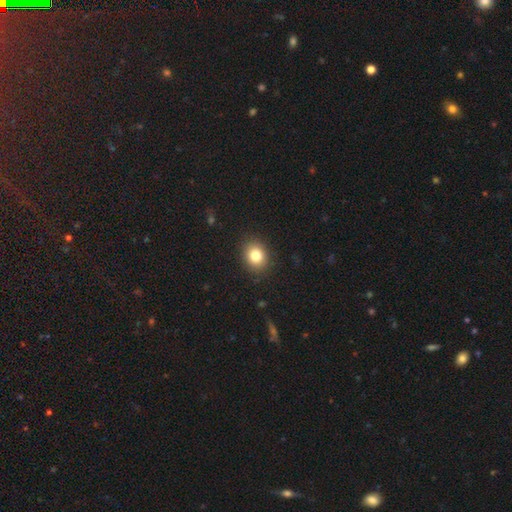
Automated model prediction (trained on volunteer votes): smooth_or_featured: smooth (p=0.82) [alt: star or artifact p=0.11]
how_rounded: round (p=0.62) [alt: in between p=0.37]
merging: none (p=0.89) [alt: minor disturbance p=0.08]